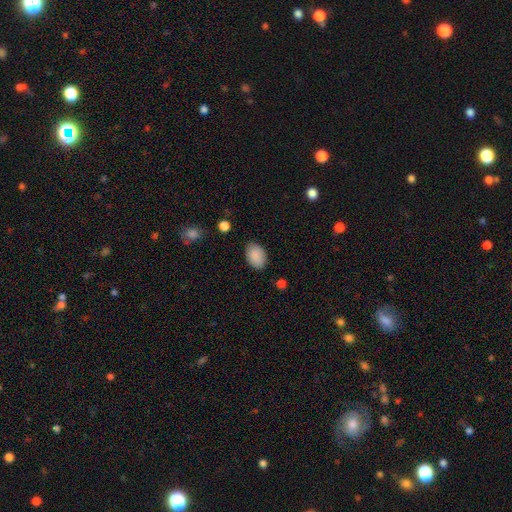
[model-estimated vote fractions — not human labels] Smooth or featured?
  - smooth: 89% *
  - star or artifact: 7%
  - featured or disk: 4%
How rounded?
  - in between: 87% *
  - round: 12%
  - cigar-shaped: 1%
Merging?
  - none: 82% *
  - minor disturbance: 14%
  - major disturbance: 3%
  - merger: 1%